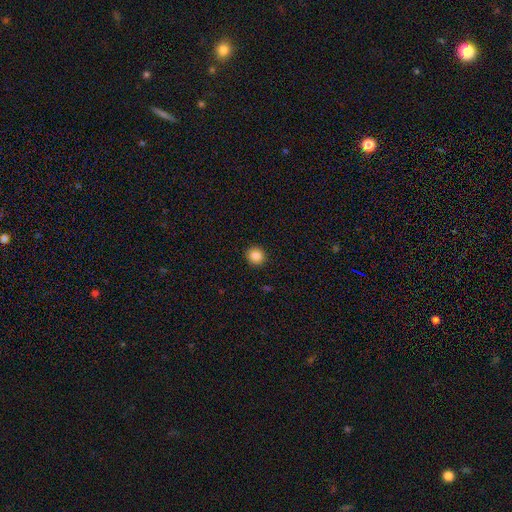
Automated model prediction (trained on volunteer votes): Smooth or featured? Predicted: smooth (p=0.86). How rounded? Predicted: round (p=0.90). Merging? Predicted: none (p=0.92).